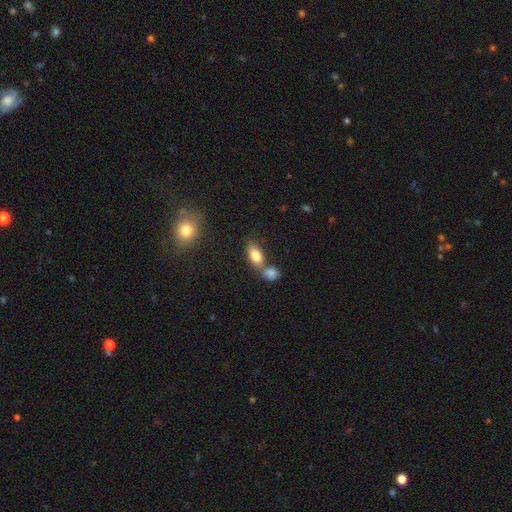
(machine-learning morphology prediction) A smooth galaxy with no disk features (81%) that is in between round and cigar-shaped (84%). Merging: none (47%).